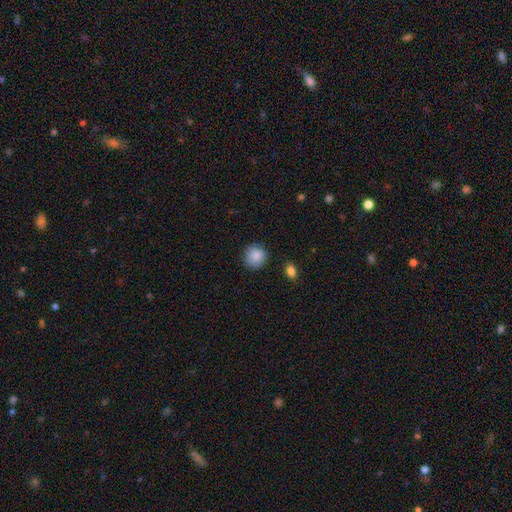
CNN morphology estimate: smooth_or_featured: smooth (p=0.87) [alt: star or artifact p=0.08]
how_rounded: round (p=0.89) [alt: in between p=0.10]
merging: none (p=0.84) [alt: minor disturbance p=0.12]